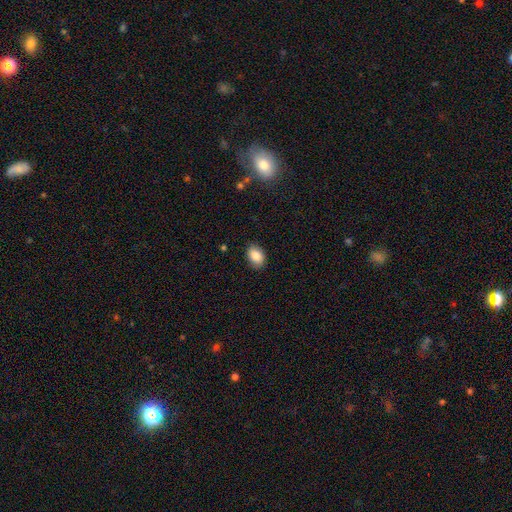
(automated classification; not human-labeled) A smooth galaxy with no disk features (86%) that is in between round and cigar-shaped (84%).

Vote fractions:
- Smooth or featured? smooth: 86% / star or artifact: 8% / featured or disk: 6%
- How rounded? in between: 84% / round: 14% / cigar-shaped: 1%
- Merging? none: 84% / minor disturbance: 12% / major disturbance: 3% / merger: 1%